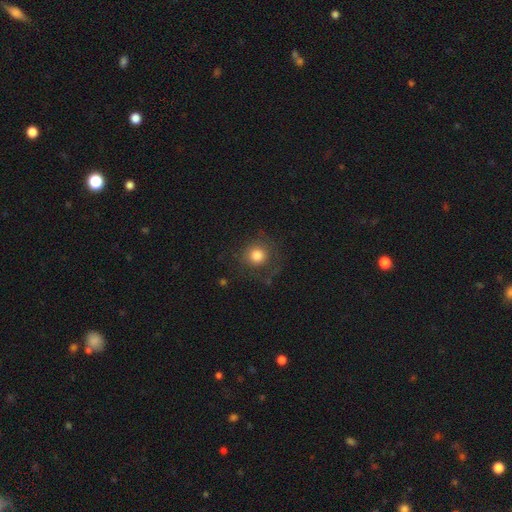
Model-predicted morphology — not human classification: A smooth galaxy with no disk features (77%) that is round (91%).

Vote fractions:
- Smooth or featured? smooth: 77% / featured or disk: 12% / star or artifact: 10%
- How rounded? round: 91% / in between: 8% / cigar-shaped: 1%
- Merging? none: 71% / minor disturbance: 15% / major disturbance: 13% / merger: 2%